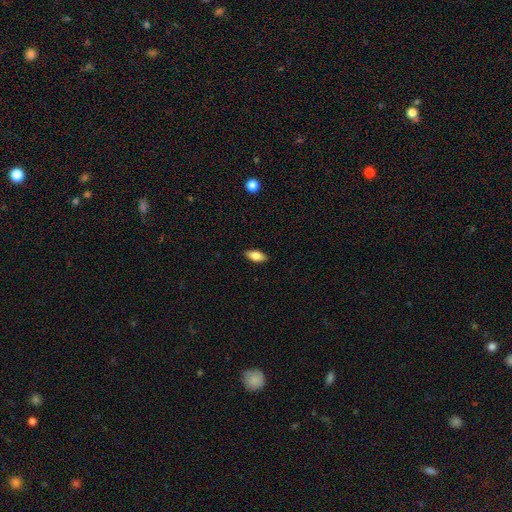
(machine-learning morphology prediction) Overall: smooth (76%). How rounded: in between (84%). Merging: none (88%).